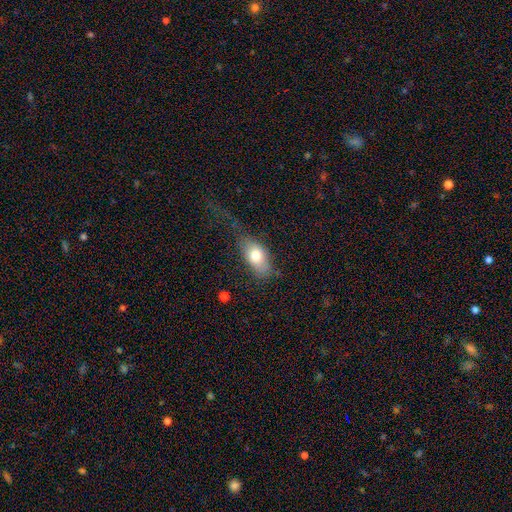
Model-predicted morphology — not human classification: smooth_or_featured: smooth (p=0.74) [alt: featured or disk p=0.18]
how_rounded: in between (p=0.88) [alt: round p=0.08]
merging: none (p=0.52) [alt: minor disturbance p=0.25]